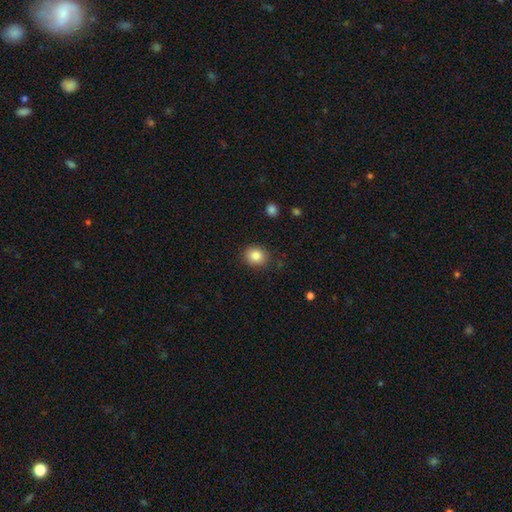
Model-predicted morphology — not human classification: Smooth or featured: smooth — 85% (star or artifact — 9%)
How rounded: round — 68% (in between — 31%)
Merging: none — 86% (minor disturbance — 10%)